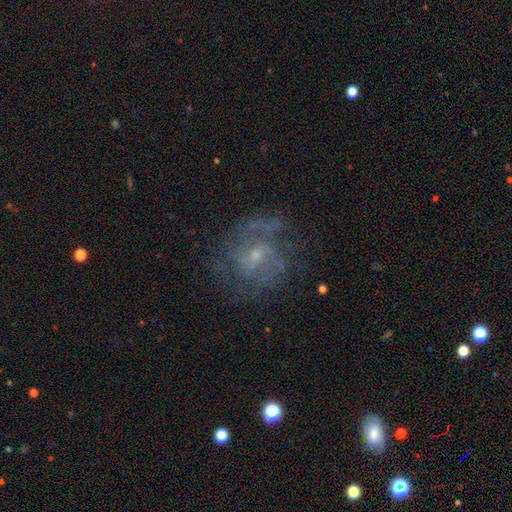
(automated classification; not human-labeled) The model was most divided on "bar": no: 48%, weak: 45%, strong: 7%. Remaining: edge-on disk — no (98%); spiral arms — yes (84%); smooth or featured — featured or disk (74%); bulge size — small (64%); merging — none (64%); spiral winding — medium (47%); spiral arm count — 2 (39%).